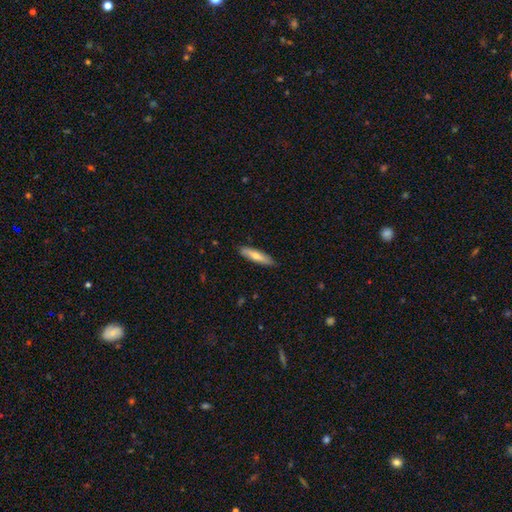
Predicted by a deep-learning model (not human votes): A smooth galaxy with no disk features (64%) that is cigar-shaped (75%).

Vote fractions:
- Smooth or featured? smooth: 64% / featured or disk: 30% / star or artifact: 6%
- How rounded? cigar-shaped: 75% / in between: 23% / round: 2%
- Merging? none: 87% / minor disturbance: 10% / major disturbance: 2% / merger: 1%